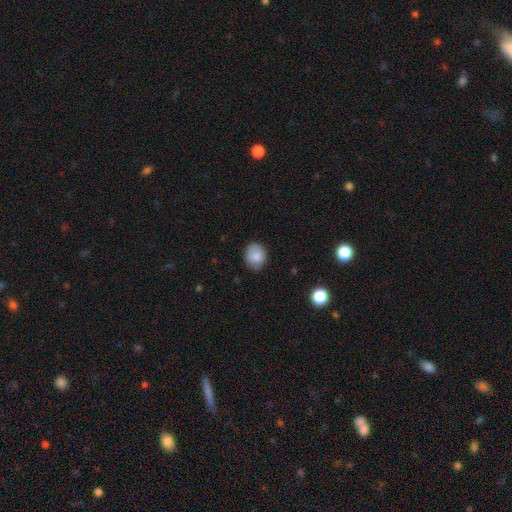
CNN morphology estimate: smooth-or-featured: smooth: 86% | star or artifact: 8% | featured or disk: 6%
  how-rounded: round: 61% | in between: 38% | cigar-shaped: 1%
  merging: none: 76% | minor disturbance: 20% | major disturbance: 4% | merger: 1%